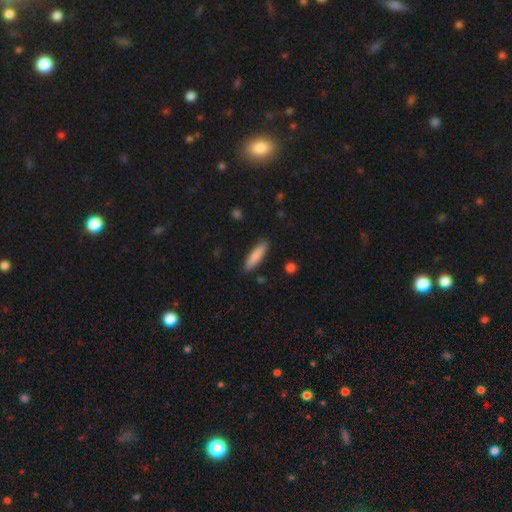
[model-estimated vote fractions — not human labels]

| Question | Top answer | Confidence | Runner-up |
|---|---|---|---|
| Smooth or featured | smooth | 85% | featured or disk (9%) |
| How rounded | cigar-shaped | 72% | in between (27%) |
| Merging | none | 88% | minor disturbance (8%) |